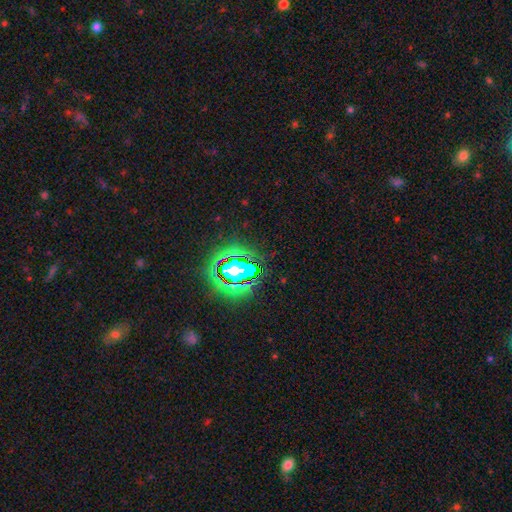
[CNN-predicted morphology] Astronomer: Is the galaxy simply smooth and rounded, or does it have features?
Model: star or artifact — 80%.